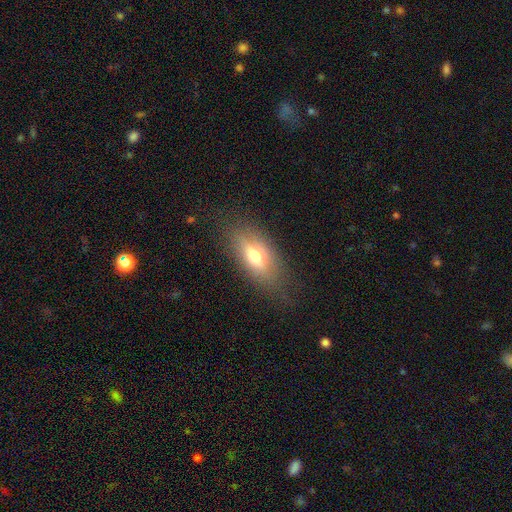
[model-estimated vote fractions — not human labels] Smooth or featured? Predicted: smooth (p=0.63). How rounded? Predicted: in between (p=0.79). Merging? Predicted: none (p=0.77).